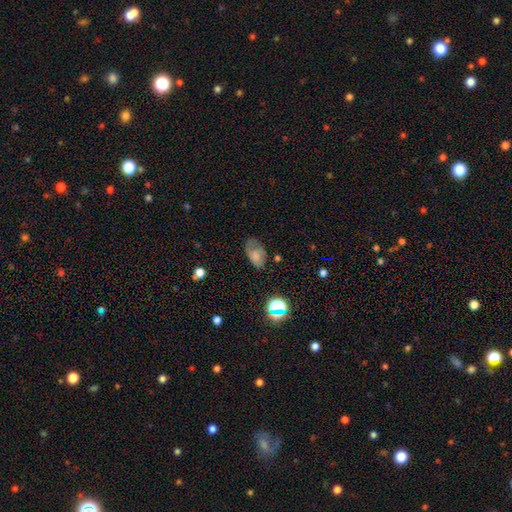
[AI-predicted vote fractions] Smooth or featured: smooth — 64% (featured or disk — 22%)
How rounded: in between — 88% (round — 11%)
Merging: none — 49% (minor disturbance — 31%)